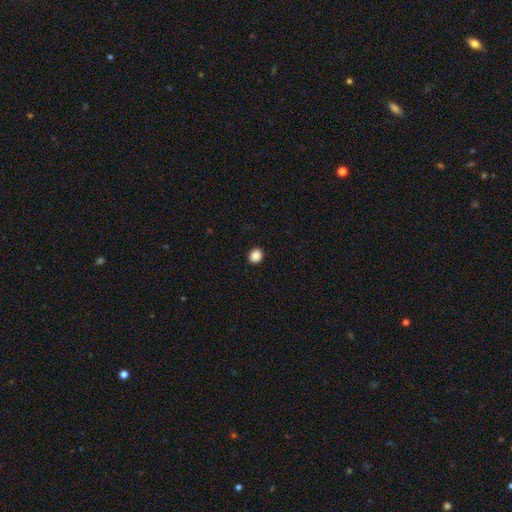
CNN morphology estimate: The model was most divided on "how rounded": round: 74%, in between: 25%, cigar-shaped: 1%. More confident: merging — none (93%); smooth or featured — smooth (88%).